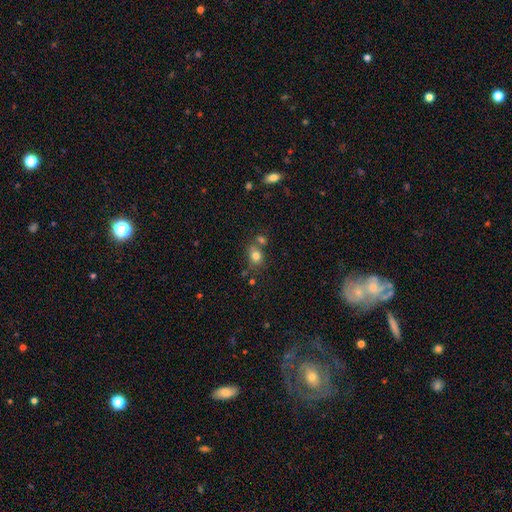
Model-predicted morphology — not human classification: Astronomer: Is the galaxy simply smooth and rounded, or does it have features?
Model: smooth — 79%.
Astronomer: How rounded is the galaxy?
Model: round — 51% (runner-up: in between, 48%).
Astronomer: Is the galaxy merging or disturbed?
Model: none — 56%.